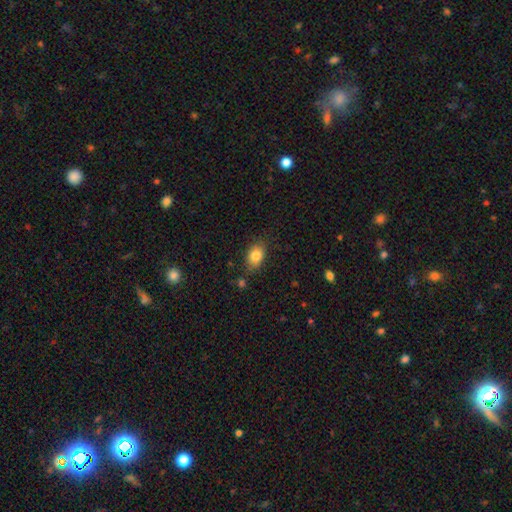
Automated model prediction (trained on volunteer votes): Smooth or featured?
  - smooth: 82% *
  - star or artifact: 9%
  - featured or disk: 9%
How rounded?
  - in between: 78% *
  - round: 21%
  - cigar-shaped: 2%
Merging?
  - none: 77% *
  - minor disturbance: 17%
  - major disturbance: 3%
  - merger: 3%